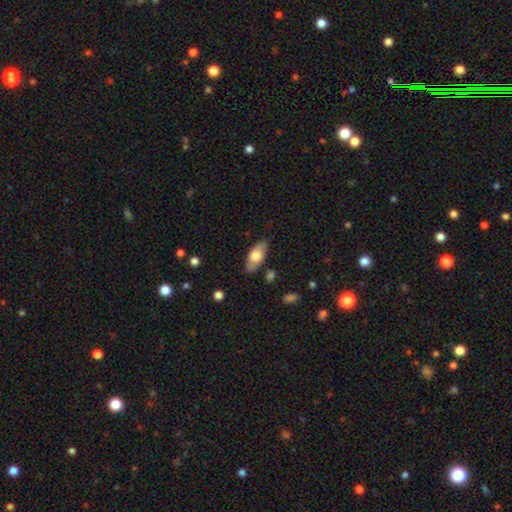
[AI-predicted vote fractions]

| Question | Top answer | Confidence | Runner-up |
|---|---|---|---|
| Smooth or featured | smooth | 65% | featured or disk (29%) |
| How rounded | in between | 84% | cigar-shaped (14%) |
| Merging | none | 82% | minor disturbance (14%) |